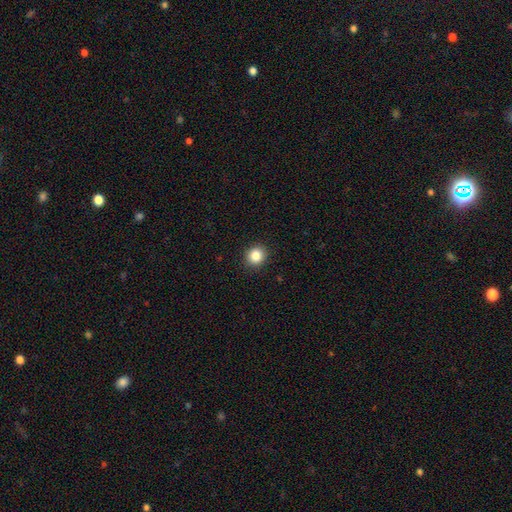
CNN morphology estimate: Q: Smooth or featured?
A: smooth (85%); runner-up: star or artifact (10%)
Q: How rounded?
A: round (84%); runner-up: in between (16%)
Q: Merging?
A: none (92%); runner-up: minor disturbance (6%)